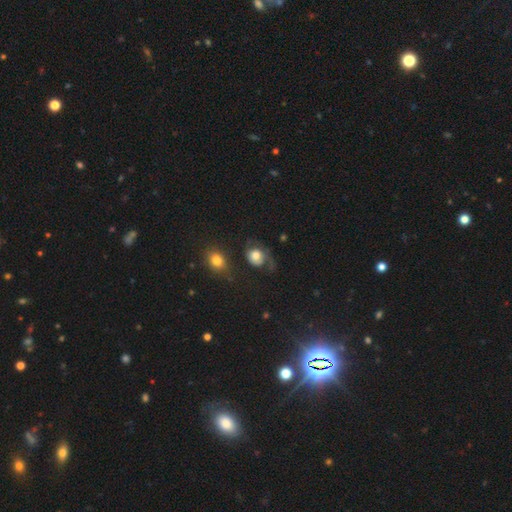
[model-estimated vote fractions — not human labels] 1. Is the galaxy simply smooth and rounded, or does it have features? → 57% smooth, 34% featured or disk, 9% star or artifact.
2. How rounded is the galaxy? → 58% round, 41% in between, 1% cigar-shaped.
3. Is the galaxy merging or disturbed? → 39% major disturbance, 34% none, 21% minor disturbance, 6% merger.